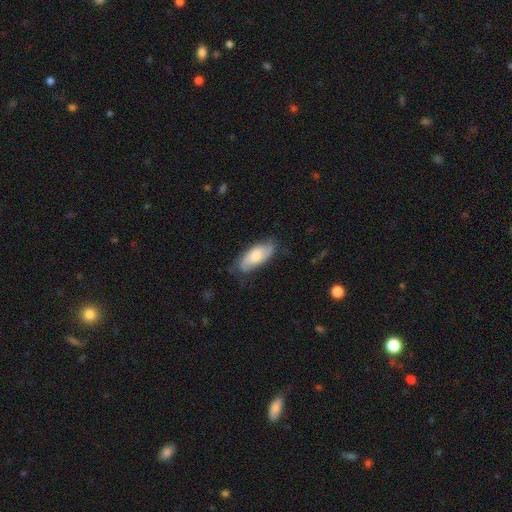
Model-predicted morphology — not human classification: Smooth or featured: smooth — 58% (featured or disk — 35%)
How rounded: in between — 84% (cigar-shaped — 14%)
Merging: none — 68% (minor disturbance — 25%)